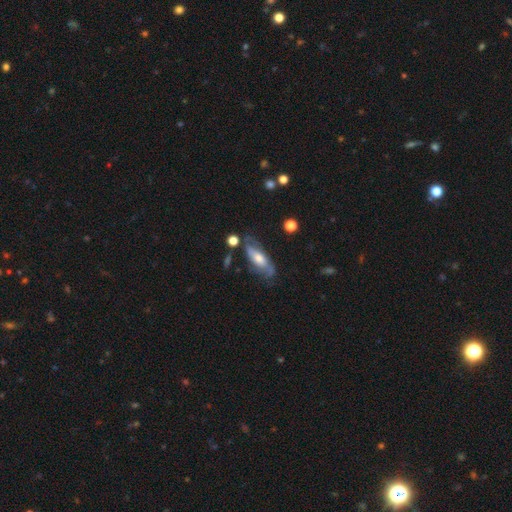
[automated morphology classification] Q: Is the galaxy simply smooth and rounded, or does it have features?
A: featured or disk — 55%.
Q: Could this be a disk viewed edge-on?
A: no — 66%.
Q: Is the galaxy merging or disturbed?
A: none — 68%.